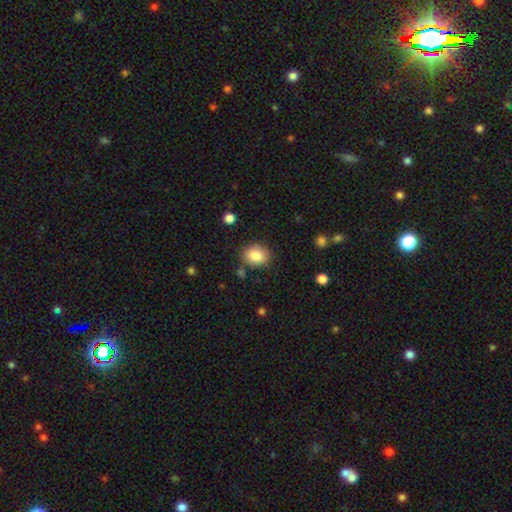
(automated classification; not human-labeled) smooth-or-featured: smooth: 84% | star or artifact: 9% | featured or disk: 7%
  how-rounded: round: 54% | in between: 45% | cigar-shaped: 1%
  merging: none: 82% | minor disturbance: 12% | merger: 4% | major disturbance: 3%